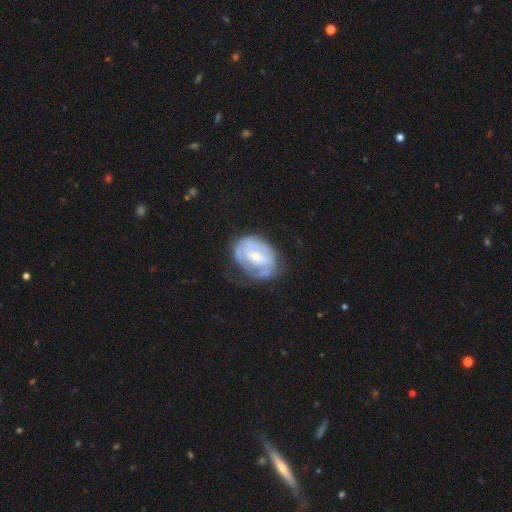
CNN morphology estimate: This appears to be a featured or disk galaxy (69%) with no bar (45%), spiral arms (68%) and a small central bulge (62%). Merging: none (45%).